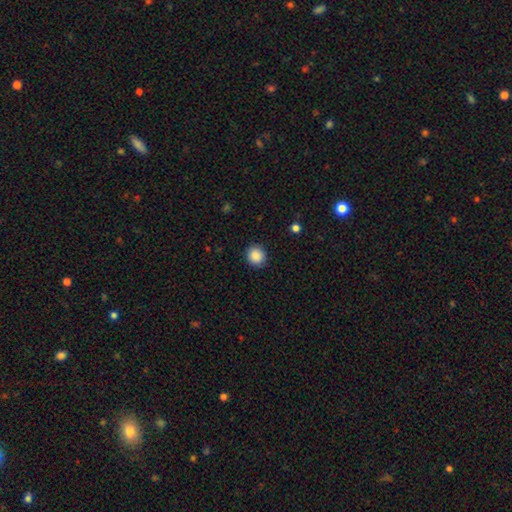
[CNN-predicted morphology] This appears to be a smooth galaxy with no disk features (88%) that is round (88%). Merging: none (91%).